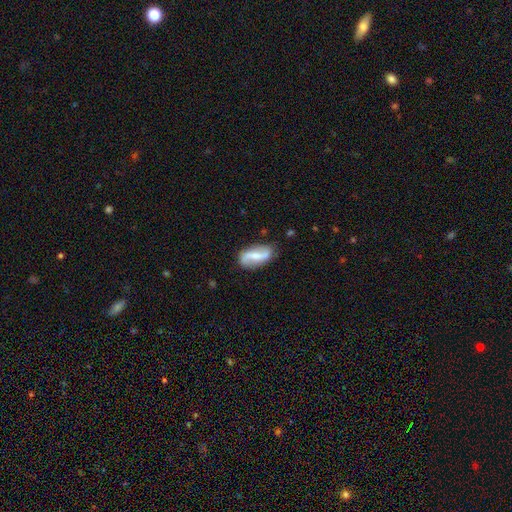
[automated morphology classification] A featured or disk galaxy (72%) with a strong bar (40%), 2 (91%) loose (77%) spiral arms (90%) and a small central bulge (49%).

Vote fractions:
- Smooth or featured? featured or disk: 72% / smooth: 22% / star or artifact: 6%
- Edge-on disk? no: 95% / yes: 5%
- Bar? strong: 40% / weak: 37% / no: 23%
- Spiral arms? yes: 90% / no: 10%
- Spiral winding? loose: 77% / medium: 16% / tight: 7%
- Spiral arm count? 2: 91% / can't tell: 4% / 1: 2% / 3: 1% / 4: 1% / more than 4: 1%
- Bulge size? small: 49% / moderate: 34% / none: 12% / large: 3% / dominant: 1%
- Merging? none: 81% / minor disturbance: 14% / major disturbance: 4% / merger: 2%